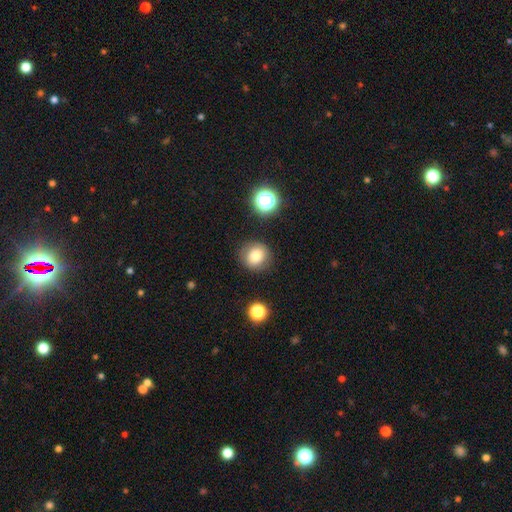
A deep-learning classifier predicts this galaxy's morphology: A smooth galaxy with no disk features (78%) that is round (88%).

Vote fractions:
- Smooth or featured? smooth: 78% / star or artifact: 12% / featured or disk: 10%
- How rounded? round: 88% / in between: 11% / cigar-shaped: 1%
- Merging? none: 86% / minor disturbance: 9% / major disturbance: 3% / merger: 2%